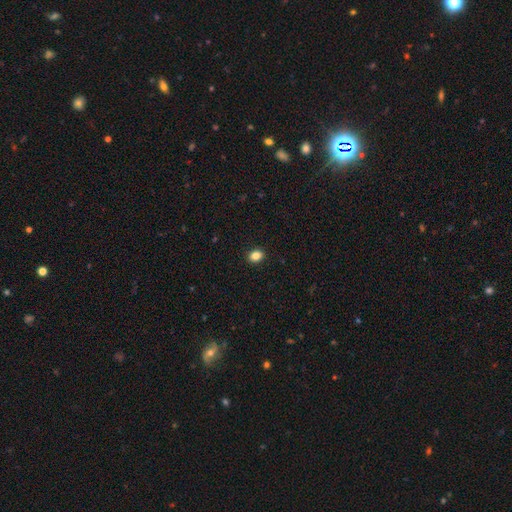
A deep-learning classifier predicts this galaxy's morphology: Q: Smooth or featured?
A: smooth (85%); runner-up: star or artifact (10%)
Q: How rounded?
A: in between (58%); runner-up: round (41%)
Q: Merging?
A: none (91%); runner-up: minor disturbance (6%)